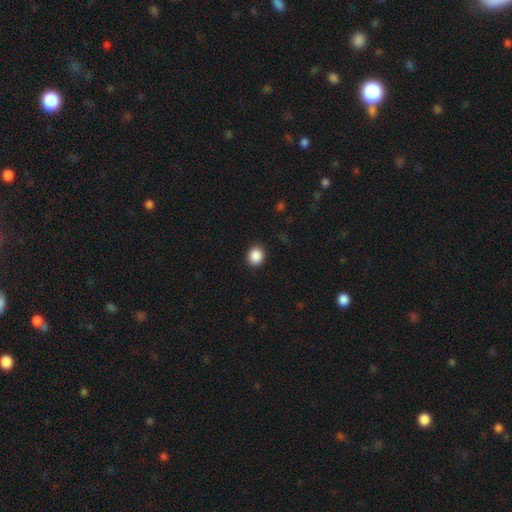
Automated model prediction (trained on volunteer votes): Morphology: type=smooth (89%); roundness=round (78%); merging=none (91%).